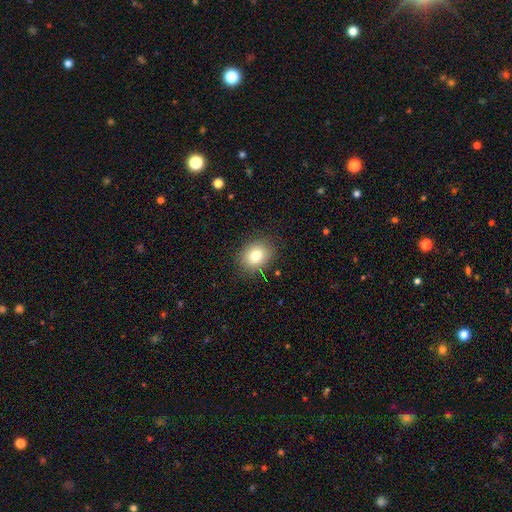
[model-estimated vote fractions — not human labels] Q: Smooth or featured?
A: smooth (78%); runner-up: star or artifact (11%)
Q: How rounded?
A: round (54%); runner-up: in between (45%)
Q: Merging?
A: none (86%); runner-up: minor disturbance (10%)